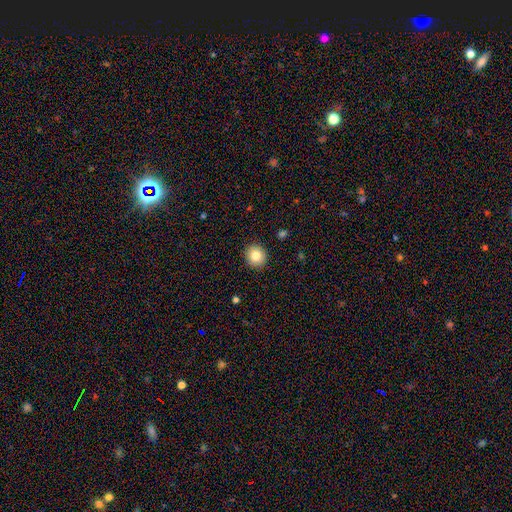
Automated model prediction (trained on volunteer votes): This is clearly a smooth galaxy (81%). How rounded: clearly round (89%). Merging: clearly none (92%).